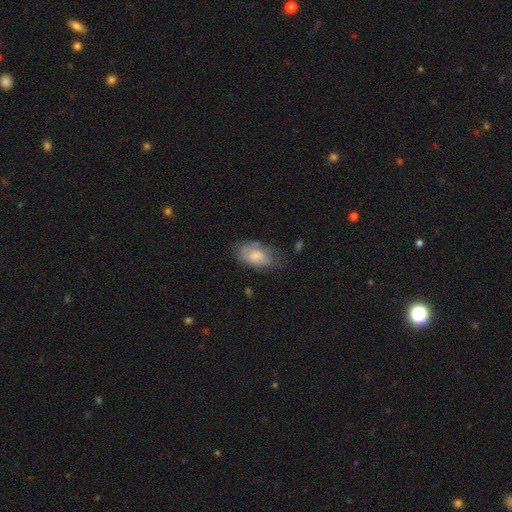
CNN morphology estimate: Smooth or featured?
  - smooth: 71% *
  - featured or disk: 22%
  - star or artifact: 7%
How rounded?
  - in between: 92% *
  - round: 6%
  - cigar-shaped: 2%
Merging?
  - none: 47% *
  - minor disturbance: 33%
  - major disturbance: 16%
  - merger: 4%